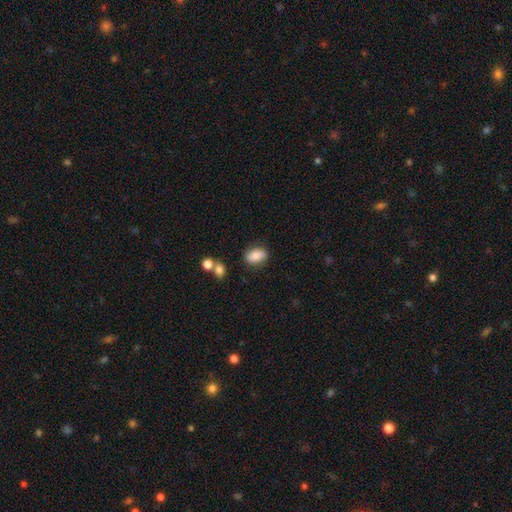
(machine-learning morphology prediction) A smooth galaxy with no disk features (84%) that is in between round and cigar-shaped (85%). Merging: none (80%).